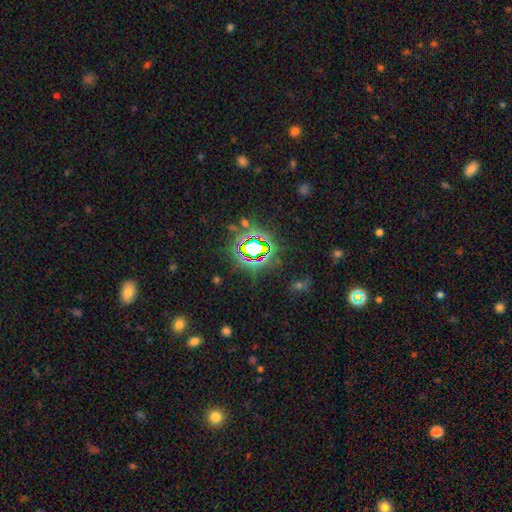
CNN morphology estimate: Smooth or featured? star or artifact (74%)